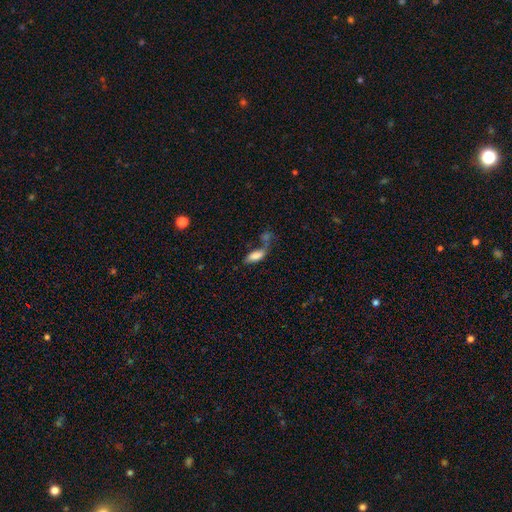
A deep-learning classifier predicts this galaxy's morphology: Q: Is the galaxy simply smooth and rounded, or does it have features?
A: smooth — 78%.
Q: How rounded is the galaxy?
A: in between — 77%.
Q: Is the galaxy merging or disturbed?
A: none — 43%.